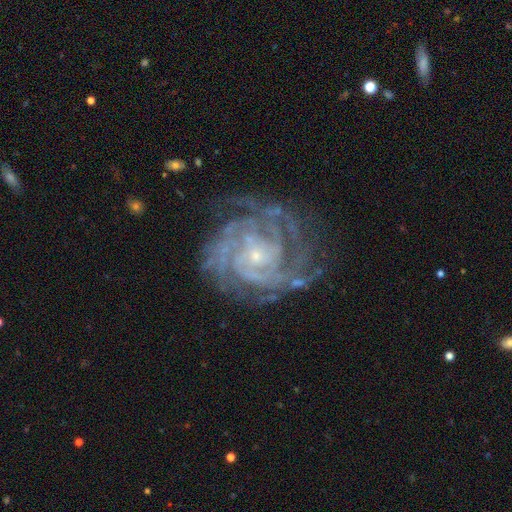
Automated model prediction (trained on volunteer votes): Smooth or featured?
  - featured or disk: 90% *
  - star or artifact: 6%
  - smooth: 4%
Edge-on disk?
  - no: 98% *
  - yes: 2%
Bar?
  - no: 70% *
  - weak: 23%
  - strong: 7%
Spiral arms?
  - yes: 98% *
  - no: 2%
Spiral winding?
  - tight: 73% *
  - medium: 23%
  - loose: 3%
Spiral arm count?
  - 4: 25% *
  - can't tell: 21%
  - 3: 20%
  - 2: 14%
  - more than 4: 13%
  - 1: 8%
Bulge size?
  - small: 82% *
  - moderate: 13%
  - none: 3%
  - large: 1%
  - dominant: 1%
Merging?
  - none: 72% *
  - minor disturbance: 18%
  - major disturbance: 9%
  - merger: 2%